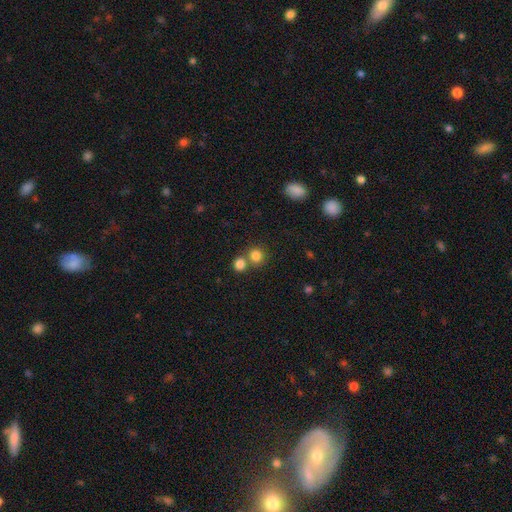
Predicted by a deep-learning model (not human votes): The model was most divided on "merging": none: 57%, merger: 33%, minor disturbance: 7%, major disturbance: 3%. More confident: how rounded — round (85%); smooth or featured — smooth (82%).